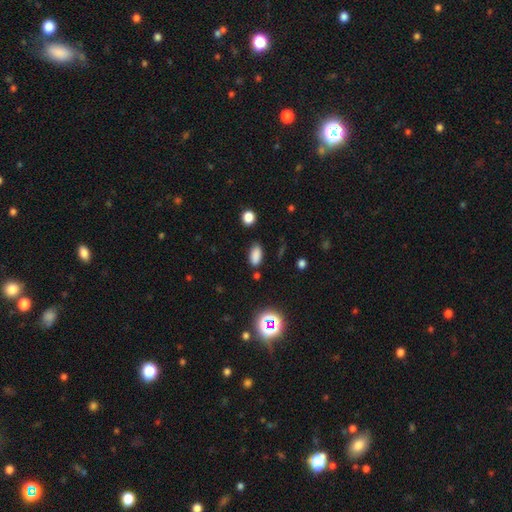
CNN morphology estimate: type=smooth (83%); roundness=in between (89%); merging=none (80%).